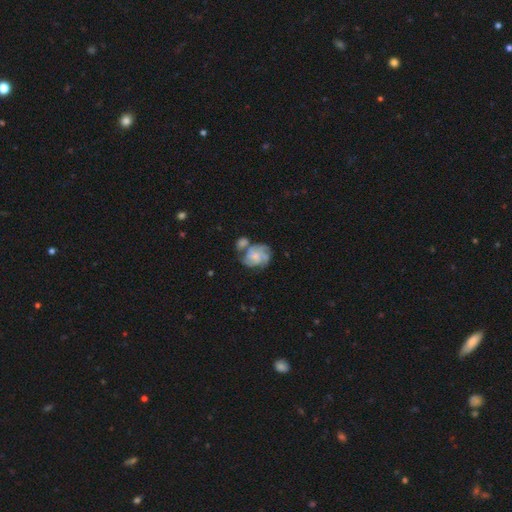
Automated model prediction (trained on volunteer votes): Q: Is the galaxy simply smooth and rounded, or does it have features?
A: featured or disk — 77%.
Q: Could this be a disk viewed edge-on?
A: no — 98%.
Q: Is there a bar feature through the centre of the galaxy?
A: no — 68%.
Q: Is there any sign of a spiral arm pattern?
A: yes — 94%.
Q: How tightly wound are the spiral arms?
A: tight — 50%.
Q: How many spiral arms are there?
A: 3 — 37%.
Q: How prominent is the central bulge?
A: small — 54%.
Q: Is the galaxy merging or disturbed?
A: none — 46%.